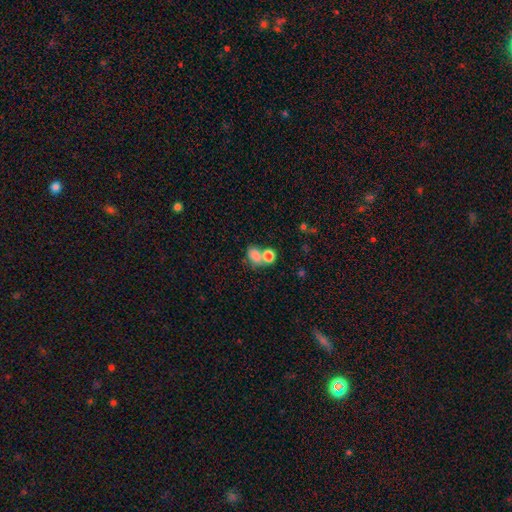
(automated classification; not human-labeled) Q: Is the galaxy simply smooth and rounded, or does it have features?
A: smooth — 78%.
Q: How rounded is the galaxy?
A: in between — 71%.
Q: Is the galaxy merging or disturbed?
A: merger — 56%.